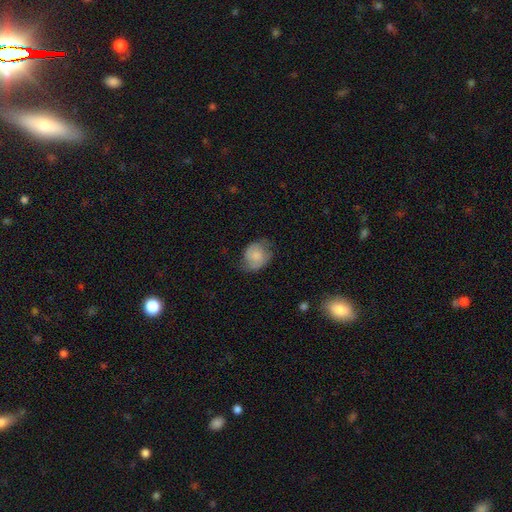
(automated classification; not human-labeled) The model was most divided on "how rounded": round: 52%, in between: 47%, cigar-shaped: 1%. More confident: smooth or featured — smooth (66%); merging — none (55%).